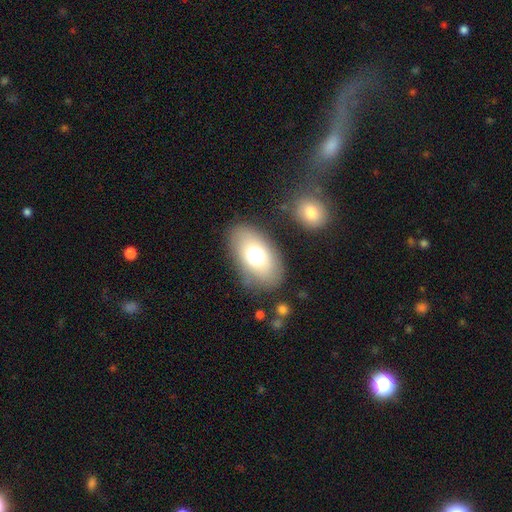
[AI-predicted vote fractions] A smooth galaxy with no disk features (70%) that is in between round and cigar-shaped (88%).

Vote fractions:
- Smooth or featured? smooth: 70% / featured or disk: 20% / star or artifact: 10%
- How rounded? in between: 88% / round: 10% / cigar-shaped: 2%
- Merging? none: 80% / minor disturbance: 12% / major disturbance: 5% / merger: 3%